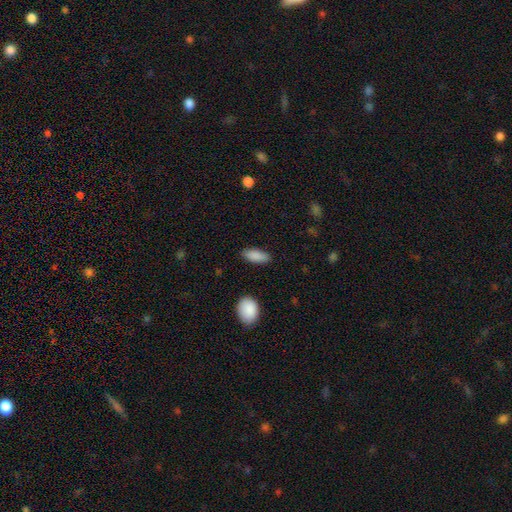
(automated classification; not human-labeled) Overall: smooth (89%). How rounded: in between (82%). Merging: none (86%).